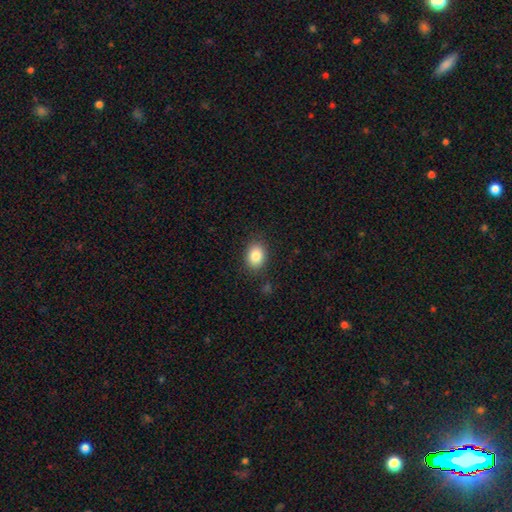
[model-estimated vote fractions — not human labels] The model was most divided on "how rounded": in between: 68%, round: 31%, cigar-shaped: 1%. More confident: merging — none (86%); smooth or featured — smooth (86%).